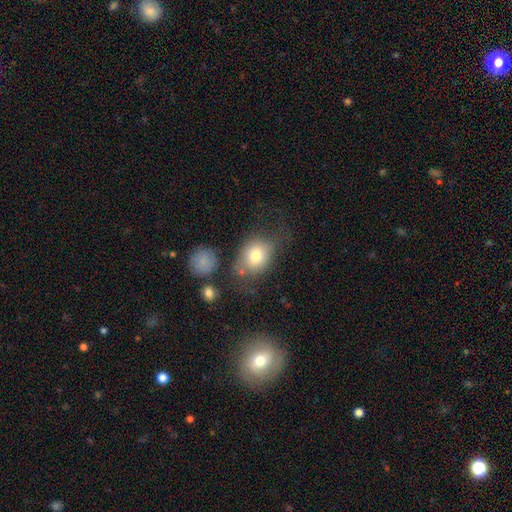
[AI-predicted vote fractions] Q: Smooth or featured?
A: smooth (75%); runner-up: featured or disk (15%)
Q: How rounded?
A: in between (55%); runner-up: round (44%)
Q: Merging?
A: none (53%); runner-up: minor disturbance (22%)